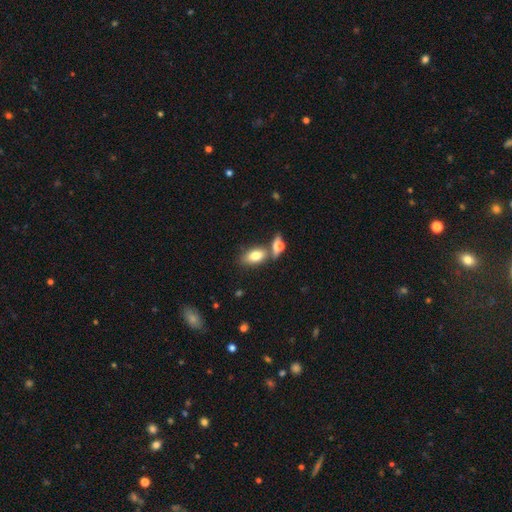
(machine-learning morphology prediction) This appears to be a smooth galaxy with no disk features (78%) that is in between round and cigar-shaped (89%). Merging: none (47%).